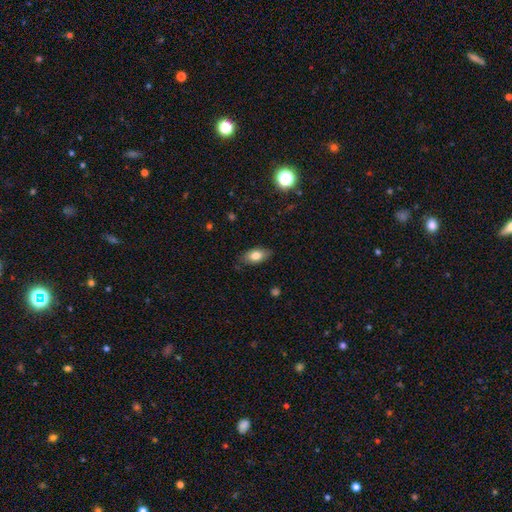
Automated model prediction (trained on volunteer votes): This is likely a smooth galaxy (78%). How rounded: clearly in between (89%). Merging: clearly none (81%).